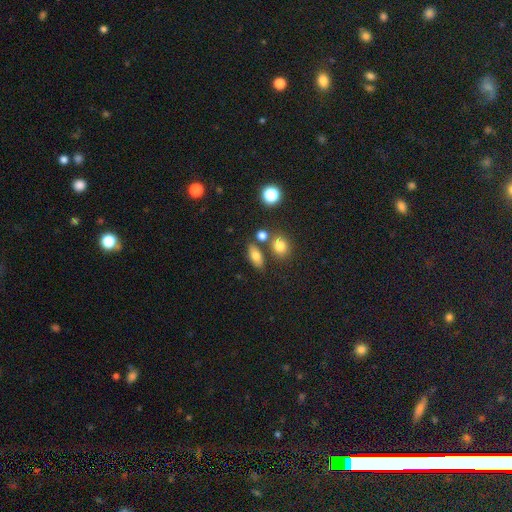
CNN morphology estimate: Smooth or featured? Predicted: smooth (p=0.73). How rounded? Predicted: in between (p=0.75). Merging? Predicted: none (p=0.73).